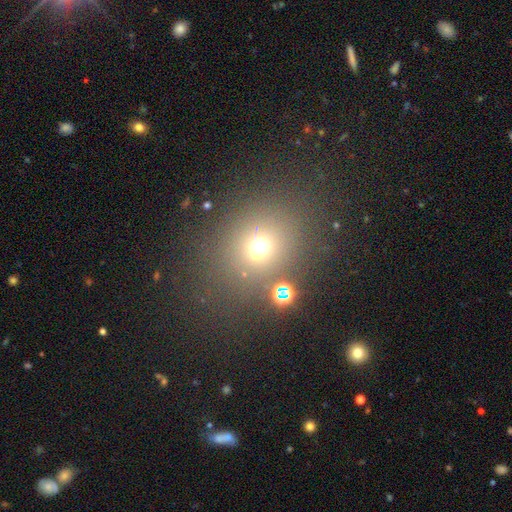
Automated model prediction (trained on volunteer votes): smooth 61%, star or artifact 27%, featured or disk 11%. Down the decision tree: how rounded — round (78%); merging — none (67%).